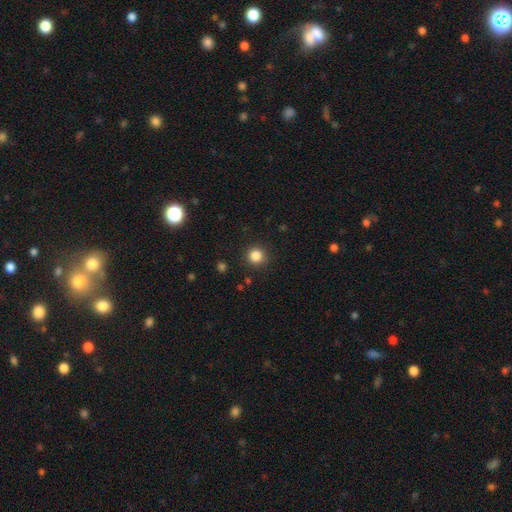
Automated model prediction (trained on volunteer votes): This appears to be a smooth galaxy with no disk features (84%) that is round (94%). Merging: none (90%).